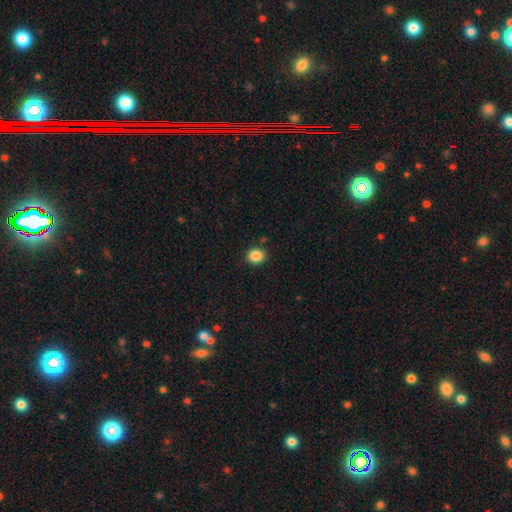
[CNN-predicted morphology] The model was most divided on "how rounded": round: 70%, in between: 29%, cigar-shaped: 1%. More confident: merging — none (88%); smooth or featured — smooth (87%).